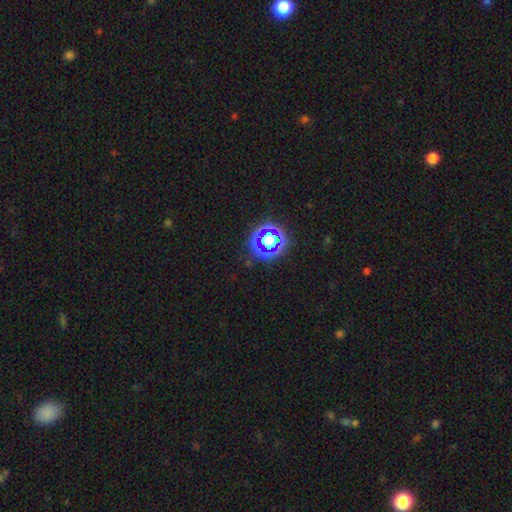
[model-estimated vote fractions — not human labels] smooth_or_featured: star or artifact (p=0.77) [alt: smooth p=0.16]